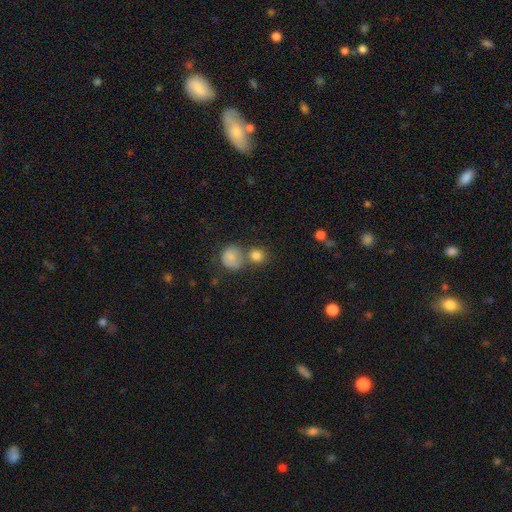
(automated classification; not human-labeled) Morphology: type=smooth (75%); roundness=round (87%); merging=none (59%).